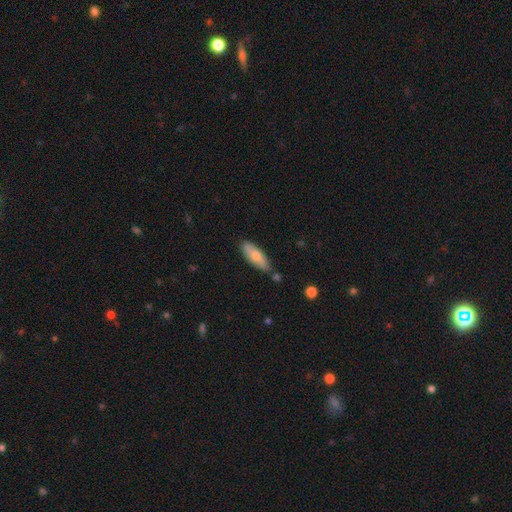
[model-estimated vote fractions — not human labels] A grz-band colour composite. It shows a smooth galaxy with no disk features (71%) that is in between round and cigar-shaped (60%). Merging: none (76%).